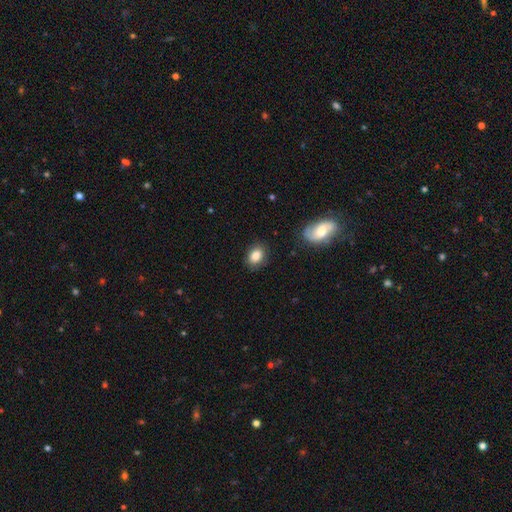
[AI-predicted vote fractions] smooth 83%, featured or disk 8%, star or artifact 8%. Down the decision tree: how rounded — in between (70%); merging — none (82%).